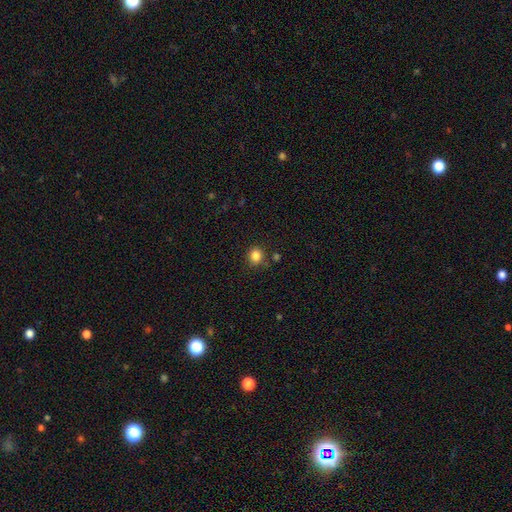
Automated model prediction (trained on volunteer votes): Smooth or featured?
  - smooth: 84% *
  - star or artifact: 12%
  - featured or disk: 4%
How rounded?
  - round: 80% *
  - in between: 19%
  - cigar-shaped: 1%
Merging?
  - none: 84% *
  - minor disturbance: 9%
  - merger: 4%
  - major disturbance: 3%